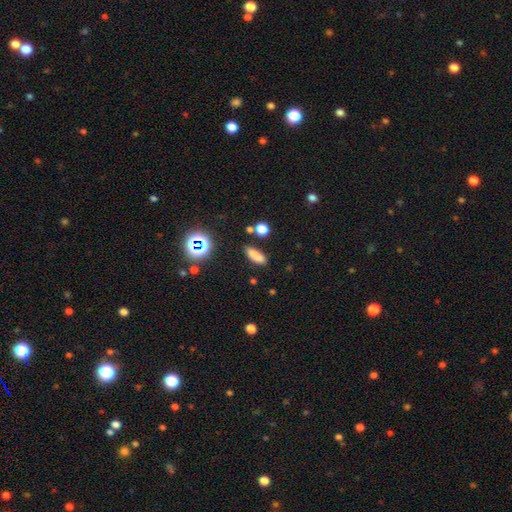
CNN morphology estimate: Smooth or featured: smooth — 78% (star or artifact — 15%)
How rounded: in between — 49% (cigar-shaped — 45%)
Merging: none — 83% (minor disturbance — 10%)